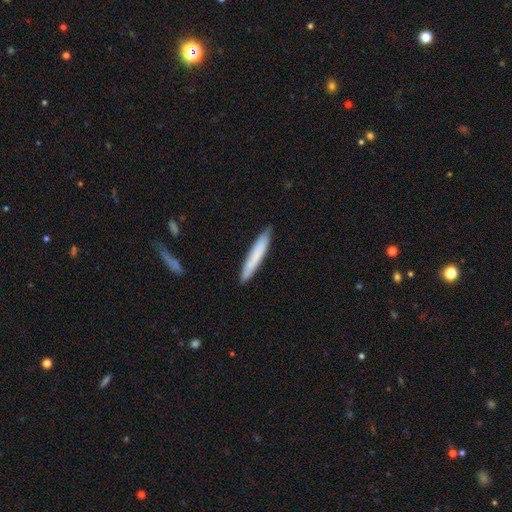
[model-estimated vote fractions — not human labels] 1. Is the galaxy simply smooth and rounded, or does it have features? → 74% smooth, 20% featured or disk, 6% star or artifact.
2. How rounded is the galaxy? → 94% cigar-shaped, 5% in between, 1% round.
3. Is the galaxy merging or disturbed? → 86% none, 11% minor disturbance, 2% major disturbance, 1% merger.